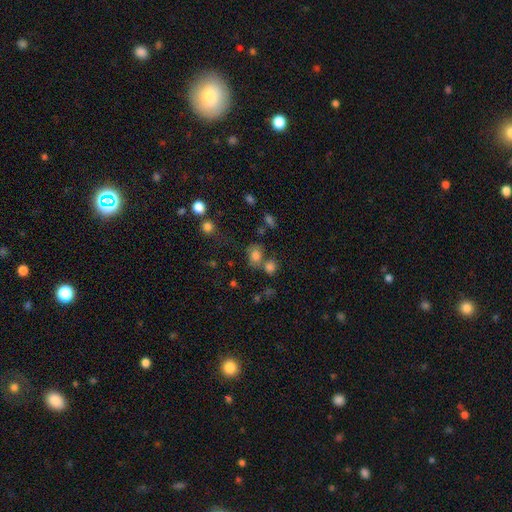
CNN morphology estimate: This appears to be a smooth galaxy with no disk features (74%) that is in between round and cigar-shaped (49%, tied with round). Merging: none (46%).